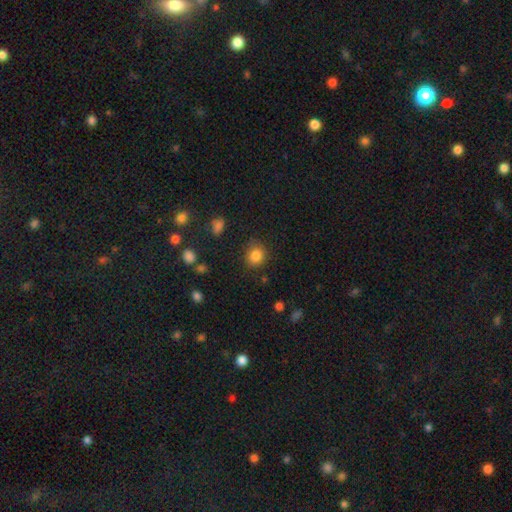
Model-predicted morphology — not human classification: Smooth or featured? Predicted: smooth (p=0.83). How rounded? Predicted: round (p=0.77). Merging? Predicted: none (p=0.84).